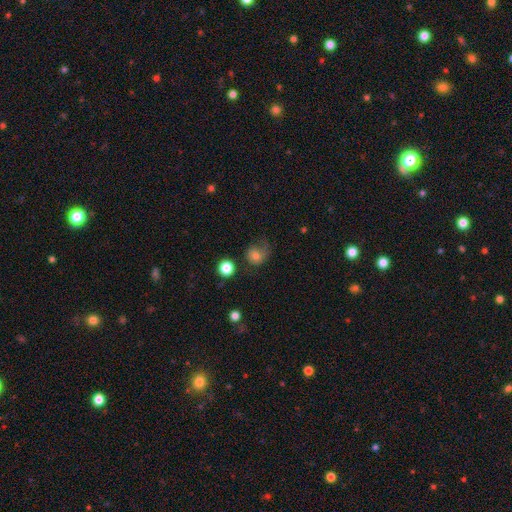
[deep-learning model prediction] Q: Smooth or featured?
A: smooth (67%); runner-up: featured or disk (21%)
Q: How rounded?
A: round (77%); runner-up: in between (22%)
Q: Merging?
A: none (38%); runner-up: major disturbance (33%)